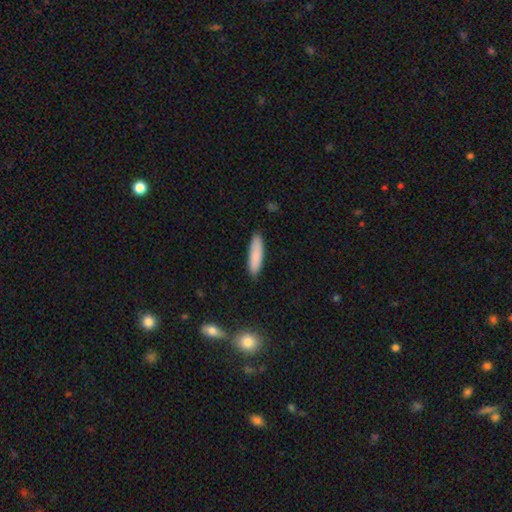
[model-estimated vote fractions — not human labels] Smooth or featured? smooth (87%)
How rounded? cigar-shaped (69%)
Merging? none (88%)